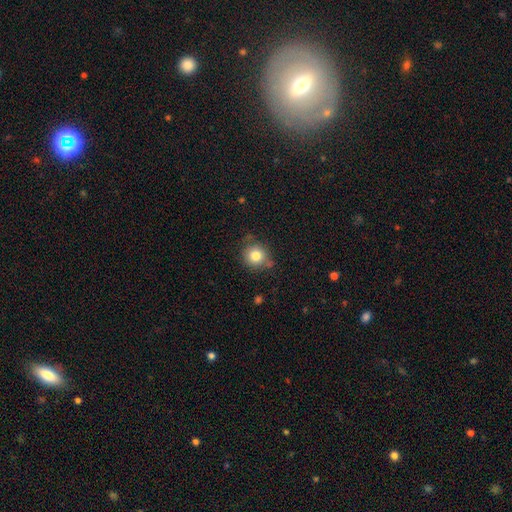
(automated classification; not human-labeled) A smooth galaxy with no disk features (80%) that is round (89%). Merging: none (74%).